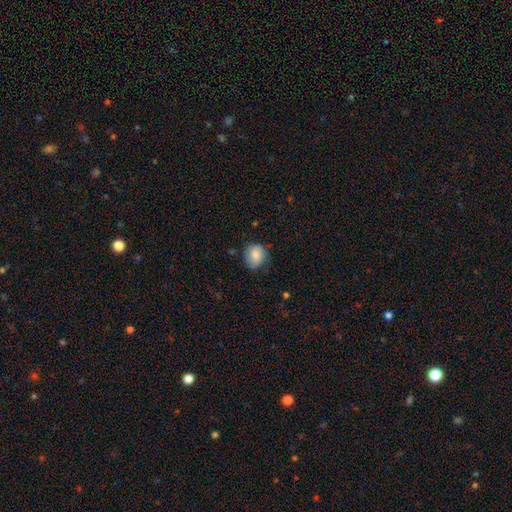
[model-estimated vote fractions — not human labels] smooth-or-featured: smooth: 81% | featured or disk: 11% | star or artifact: 8%
  how-rounded: round: 70% | in between: 29% | cigar-shaped: 1%
  merging: none: 69% | minor disturbance: 24% | major disturbance: 5% | merger: 2%